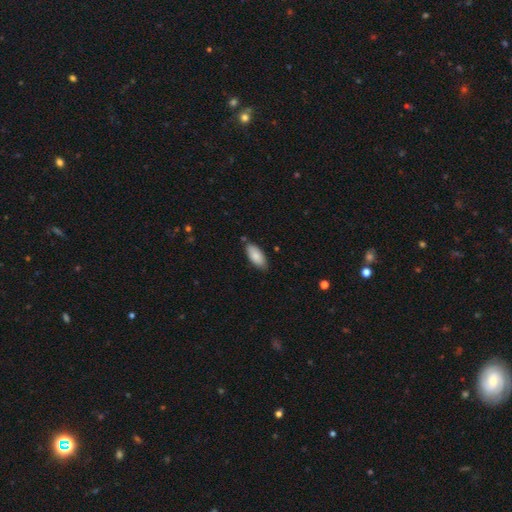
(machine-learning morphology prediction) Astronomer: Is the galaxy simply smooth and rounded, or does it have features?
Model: smooth — 85%.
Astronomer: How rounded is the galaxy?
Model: in between — 88%.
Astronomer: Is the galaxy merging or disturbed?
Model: none — 77%.